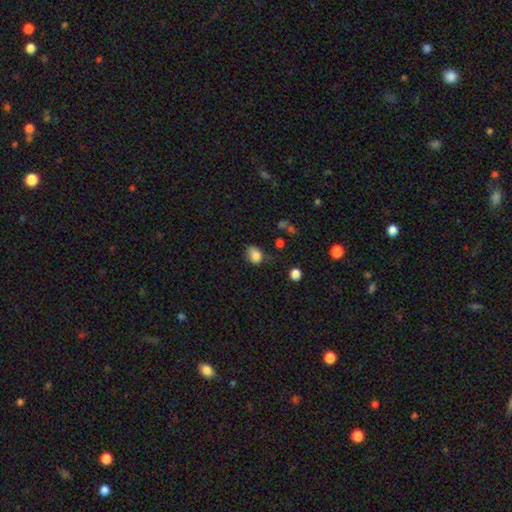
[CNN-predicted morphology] type=smooth (82%); roundness=in between (69%); merging=none (49%).